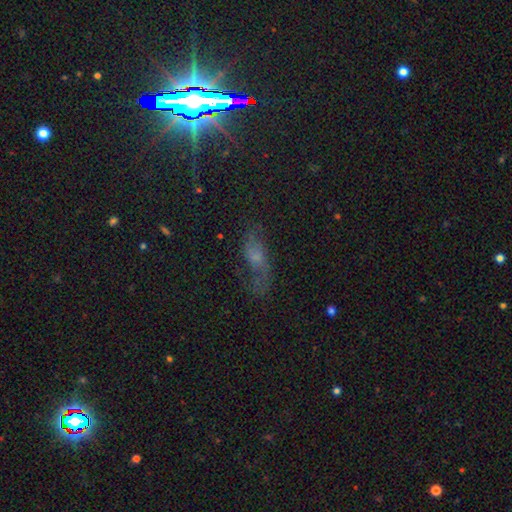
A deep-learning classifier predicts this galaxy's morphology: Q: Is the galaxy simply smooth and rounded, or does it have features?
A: featured or disk — 43%.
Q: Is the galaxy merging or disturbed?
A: none — 46%.